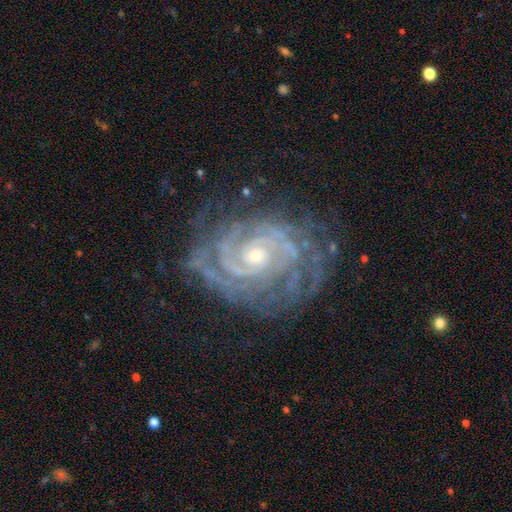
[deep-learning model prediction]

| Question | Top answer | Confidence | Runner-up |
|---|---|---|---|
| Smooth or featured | featured or disk | 90% | star or artifact (6%) |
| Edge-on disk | no | 97% | yes (3%) |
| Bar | no | 65% | weak (25%) |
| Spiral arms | yes | 98% | no (2%) |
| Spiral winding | tight | 79% | medium (19%) |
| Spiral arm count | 2 | 30% | can't tell (21%) |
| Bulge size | small | 59% | moderate (38%) |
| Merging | none | 73% | minor disturbance (18%) |